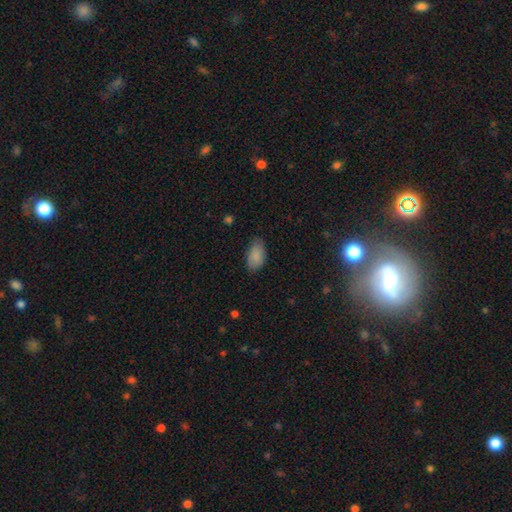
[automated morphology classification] This is clearly a smooth galaxy (87%). How rounded: clearly in between (93%). Merging: likely none (76%).